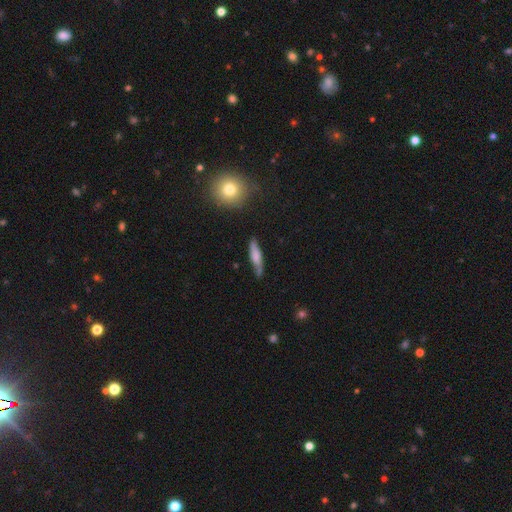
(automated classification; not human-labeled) The model was most divided on "smooth or featured": smooth: 54%, featured or disk: 39%, star or artifact: 7%. More confident: how rounded — cigar-shaped (77%); merging — none (73%).